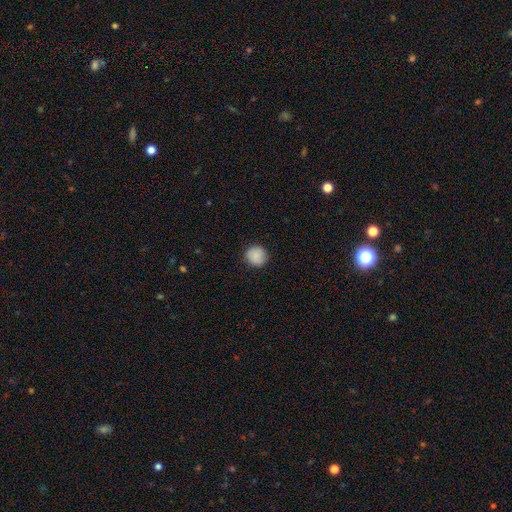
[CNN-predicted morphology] The model was most divided on "smooth or featured": smooth: 88%, star or artifact: 7%, featured or disk: 5%. More confident: how rounded — round (93%); merging — none (90%).